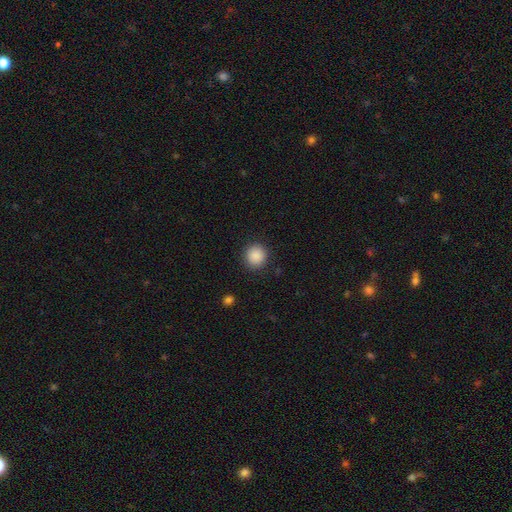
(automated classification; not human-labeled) Smooth or featured: smooth — 89% (star or artifact — 8%)
How rounded: round — 92% (in between — 7%)
Merging: none — 91% (minor disturbance — 6%)